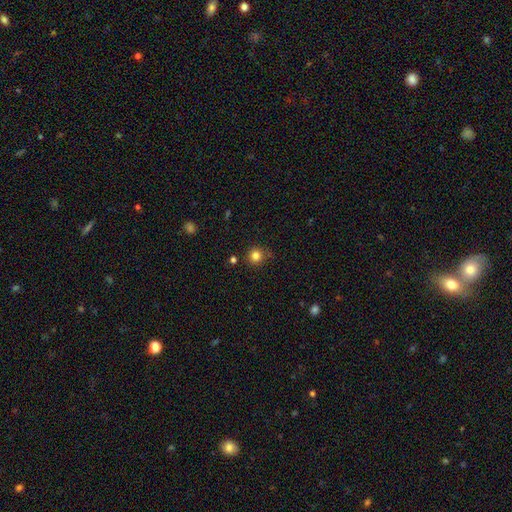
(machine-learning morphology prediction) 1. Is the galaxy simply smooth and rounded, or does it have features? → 82% smooth, 13% star or artifact, 5% featured or disk.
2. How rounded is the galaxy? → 94% round, 5% in between, 1% cigar-shaped.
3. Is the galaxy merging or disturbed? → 85% none, 10% minor disturbance, 3% merger, 3% major disturbance.